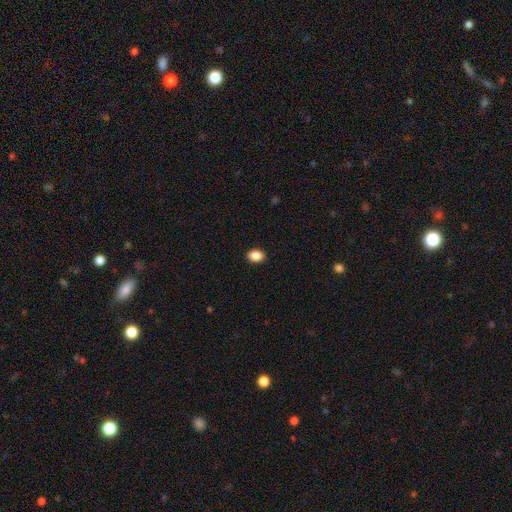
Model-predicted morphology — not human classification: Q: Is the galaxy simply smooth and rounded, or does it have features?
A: smooth — 89%.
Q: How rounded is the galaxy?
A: in between — 70%.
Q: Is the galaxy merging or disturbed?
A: none — 91%.